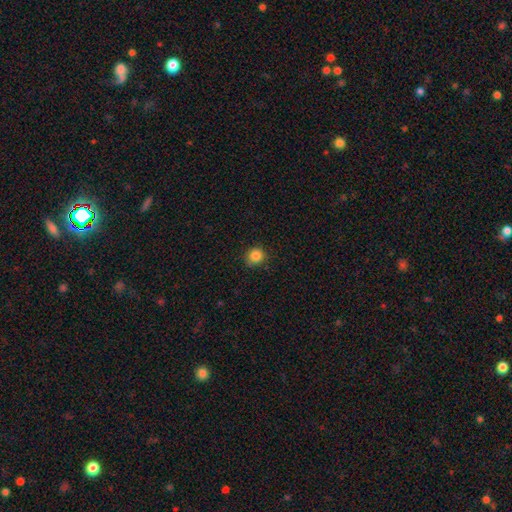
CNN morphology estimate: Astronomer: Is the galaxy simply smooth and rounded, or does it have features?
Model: smooth — 85%.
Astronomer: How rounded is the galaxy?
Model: round — 89%.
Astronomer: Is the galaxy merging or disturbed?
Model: none — 85%.